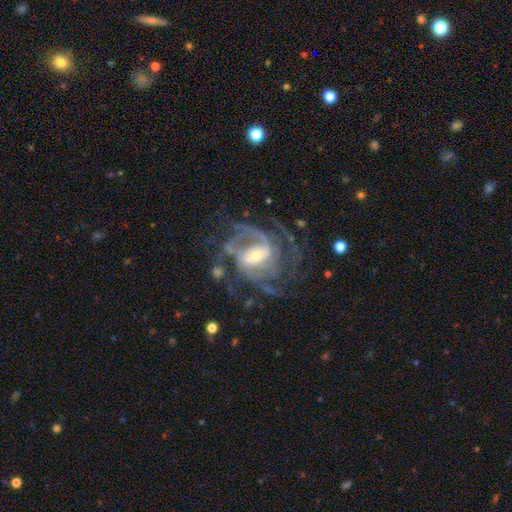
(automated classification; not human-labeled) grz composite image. It shows a featured or disk galaxy (90%) with a weak bar (45%), 2 (31%) medium (47%) spiral arms (96%) and a small central bulge (47%). Merging: none (53%).